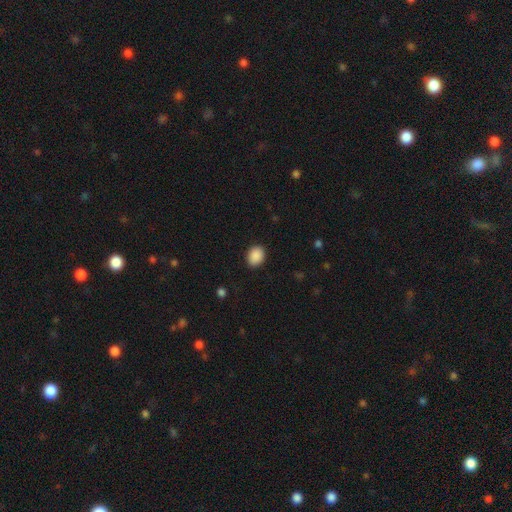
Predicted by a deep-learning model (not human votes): smooth_or_featured: smooth (p=0.90) [alt: star or artifact p=0.07]
how_rounded: in between (p=0.60) [alt: round p=0.39]
merging: none (p=0.89) [alt: minor disturbance p=0.07]